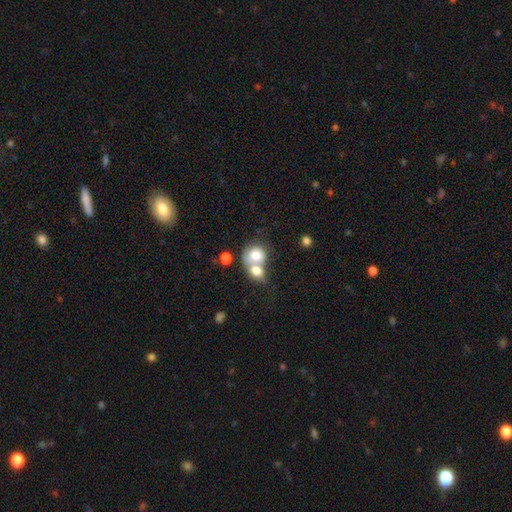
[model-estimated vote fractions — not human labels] Smooth or featured: smooth — 74% (featured or disk — 19%)
How rounded: round — 64% (in between — 35%)
Merging: merger — 72% (none — 17%)